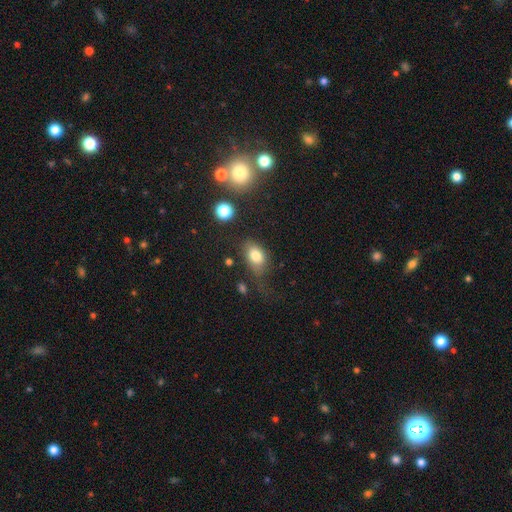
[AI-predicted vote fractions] Smooth or featured? Predicted: smooth (p=0.79). How rounded? Predicted: in between (p=0.80). Merging? Predicted: none (p=0.51).